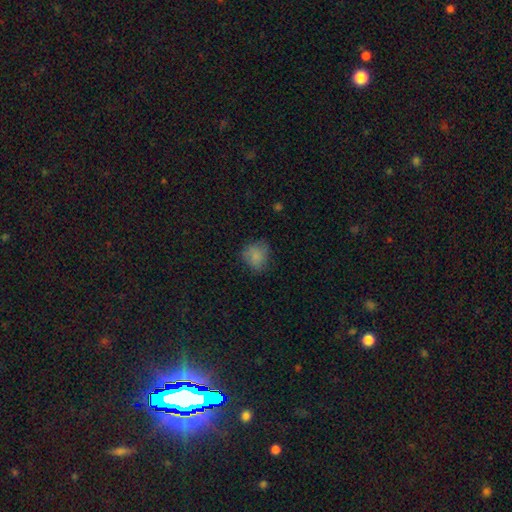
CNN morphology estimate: A smooth galaxy with no disk features (79%) that is round (73%).

Vote fractions:
- Smooth or featured? smooth: 79% / star or artifact: 11% / featured or disk: 10%
- How rounded? round: 73% / in between: 26% / cigar-shaped: 1%
- Merging? none: 65% / minor disturbance: 25% / major disturbance: 8% / merger: 1%